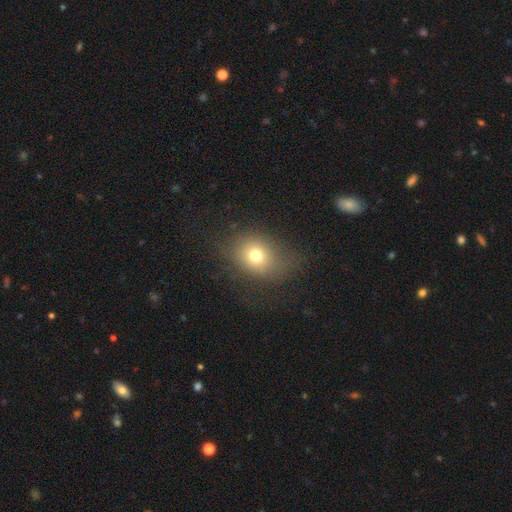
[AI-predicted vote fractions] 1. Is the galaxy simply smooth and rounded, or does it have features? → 72% smooth, 15% star or artifact, 13% featured or disk.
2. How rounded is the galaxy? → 55% round, 44% in between, 1% cigar-shaped.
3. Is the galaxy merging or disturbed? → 70% none, 17% minor disturbance, 12% major disturbance, 1% merger.